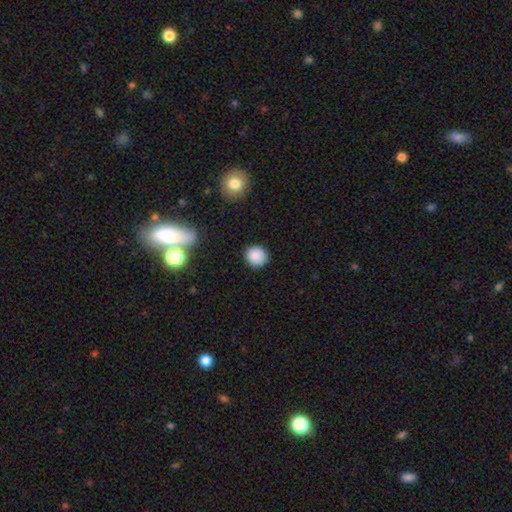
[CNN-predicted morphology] Smooth or featured? smooth (87%)
How rounded? round (88%)
Merging? none (87%)